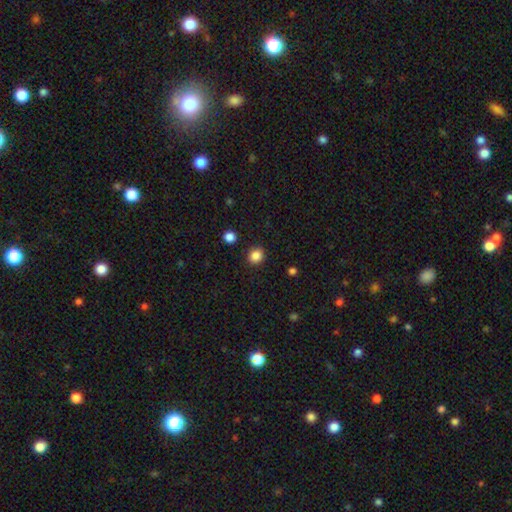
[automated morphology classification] Q: Smooth or featured?
A: smooth (86%); runner-up: star or artifact (11%)
Q: How rounded?
A: round (83%); runner-up: in between (16%)
Q: Merging?
A: none (90%); runner-up: minor disturbance (6%)